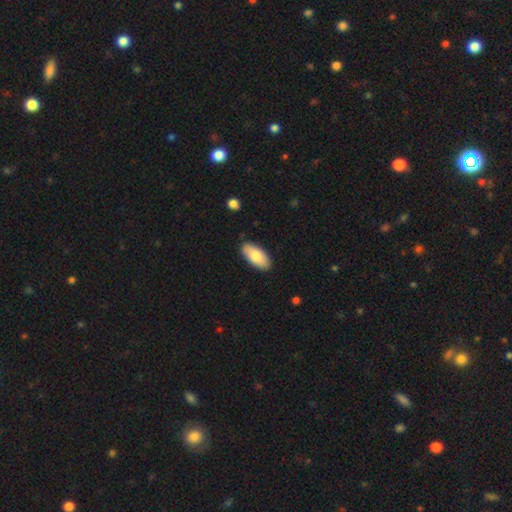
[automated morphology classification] type=smooth (80%); roundness=in between (92%); merging=none (86%).